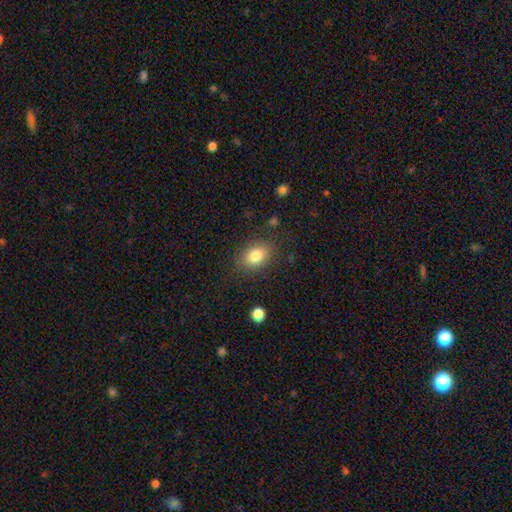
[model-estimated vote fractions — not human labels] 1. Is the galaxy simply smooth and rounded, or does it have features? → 82% smooth, 9% featured or disk, 9% star or artifact.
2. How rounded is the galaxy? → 73% in between, 26% round, 1% cigar-shaped.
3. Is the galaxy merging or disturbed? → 83% none, 12% minor disturbance, 4% major disturbance, 2% merger.